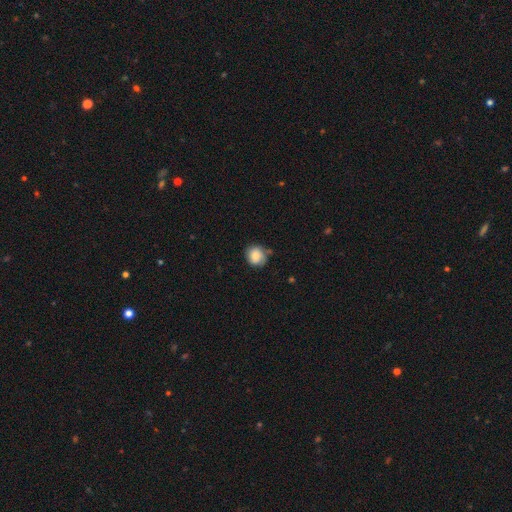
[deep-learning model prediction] smooth_or_featured: smooth (p=0.80) [alt: featured or disk p=0.12]
how_rounded: round (p=0.84) [alt: in between p=0.15]
merging: none (p=0.72) [alt: minor disturbance p=0.20]